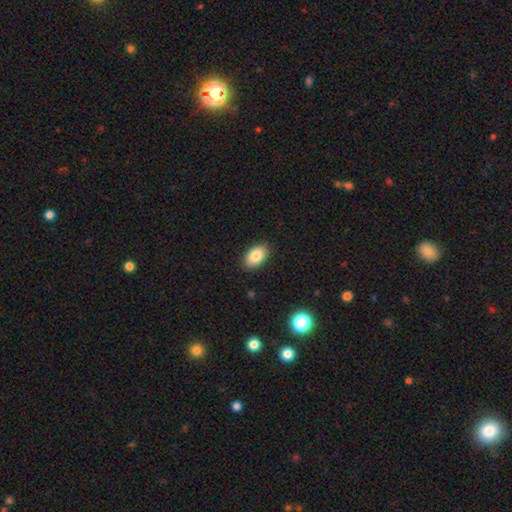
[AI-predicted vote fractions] Smooth or featured? Predicted: smooth (p=0.84). How rounded? Predicted: in between (p=0.92). Merging? Predicted: none (p=0.88).